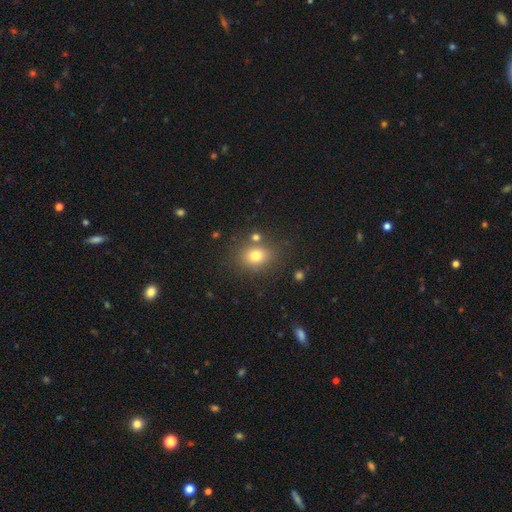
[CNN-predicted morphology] Smooth or featured? smooth (76%)
How rounded? round (60%)
Merging? none (75%)